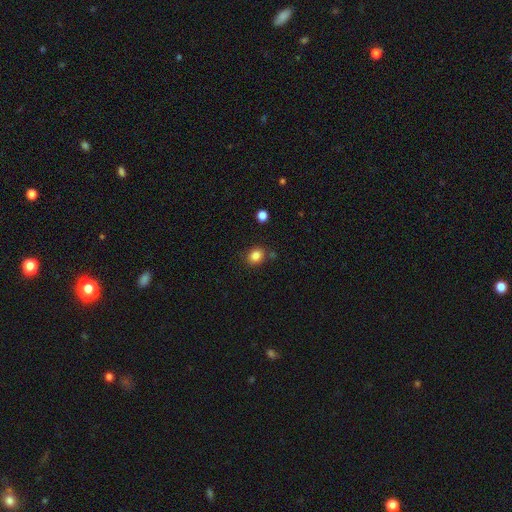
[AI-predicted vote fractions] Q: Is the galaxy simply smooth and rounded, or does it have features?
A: smooth — 85%.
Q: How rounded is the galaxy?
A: round — 60%.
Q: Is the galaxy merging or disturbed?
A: none — 80%.